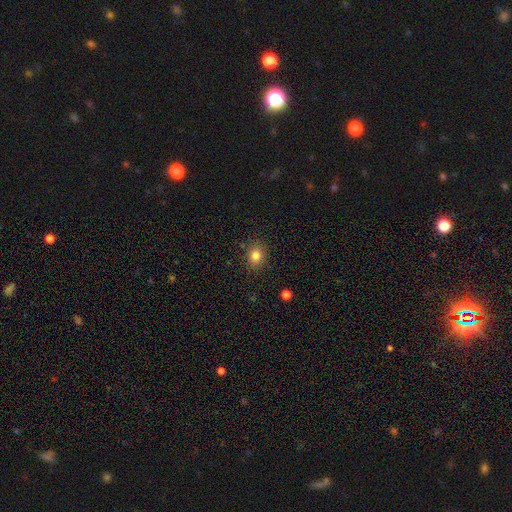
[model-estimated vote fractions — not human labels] Morphology: type=smooth (81%); roundness=round (59%); merging=none (87%).